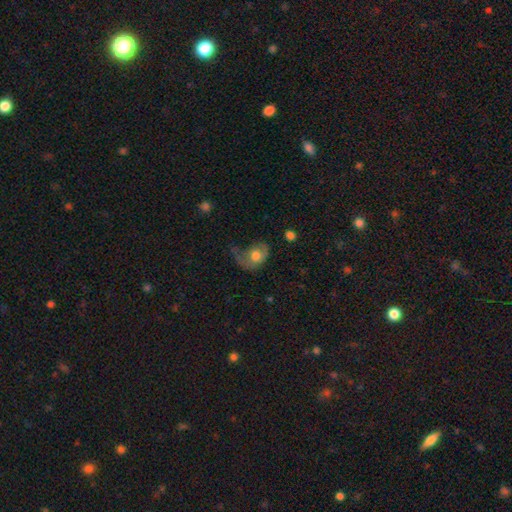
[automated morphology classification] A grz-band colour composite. It shows a smooth galaxy with no disk features (62%) that is in between round and cigar-shaped (67%). Merging: major disturbance (49%).